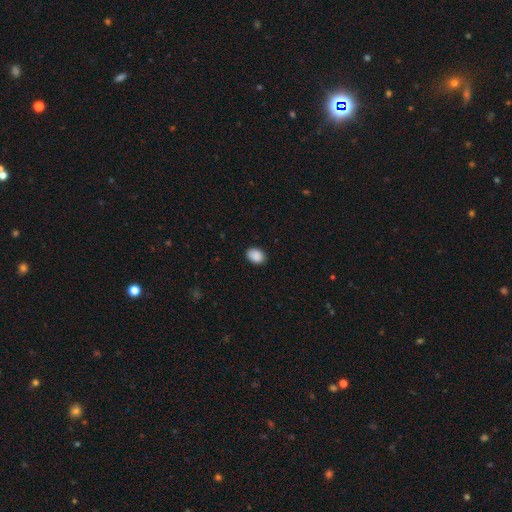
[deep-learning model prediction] Smooth or featured?
  - smooth: 90% *
  - star or artifact: 8%
  - featured or disk: 3%
How rounded?
  - in between: 75% *
  - round: 24%
  - cigar-shaped: 1%
Merging?
  - none: 87% *
  - minor disturbance: 10%
  - major disturbance: 2%
  - merger: 1%